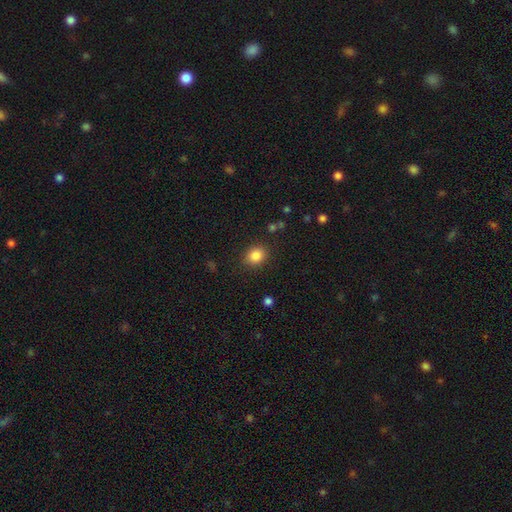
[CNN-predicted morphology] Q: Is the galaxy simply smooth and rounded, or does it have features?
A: smooth — 86%.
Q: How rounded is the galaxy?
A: round — 64%.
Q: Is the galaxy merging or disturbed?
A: none — 86%.